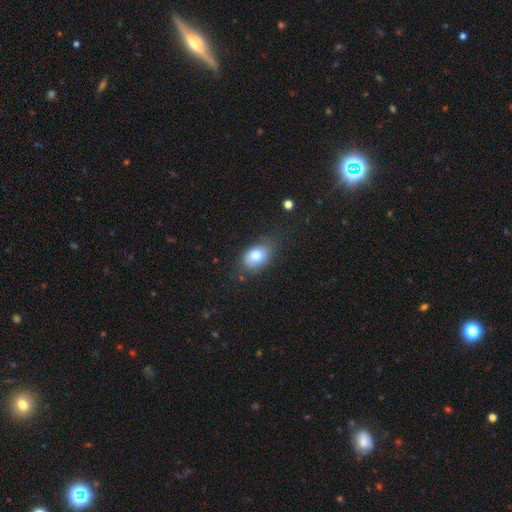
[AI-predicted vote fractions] The model was most divided on "merging": none: 65%, minor disturbance: 26%, major disturbance: 7%, merger: 2%. More confident: how rounded — in between (85%); smooth or featured — smooth (81%).